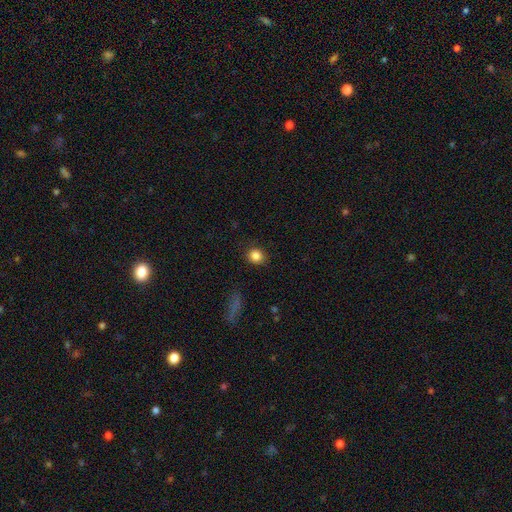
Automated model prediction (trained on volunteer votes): smooth-or-featured: smooth: 85% | star or artifact: 10% | featured or disk: 5%
  how-rounded: round: 80% | in between: 19% | cigar-shaped: 1%
  merging: none: 88% | minor disturbance: 8% | major disturbance: 2% | merger: 1%